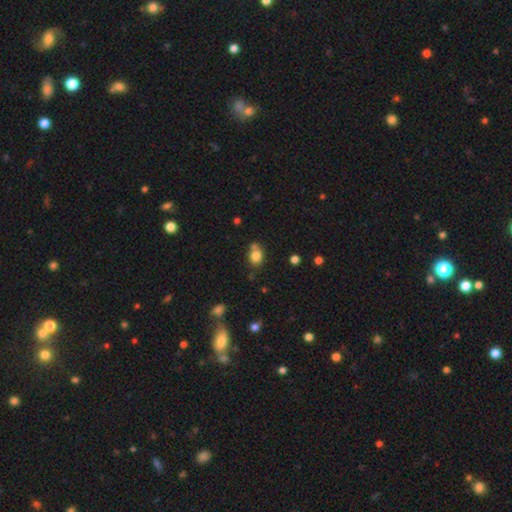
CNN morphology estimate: smooth 81%, star or artifact 11%, featured or disk 8%. Down the decision tree: how rounded — in between (53%); merging — none (59%).